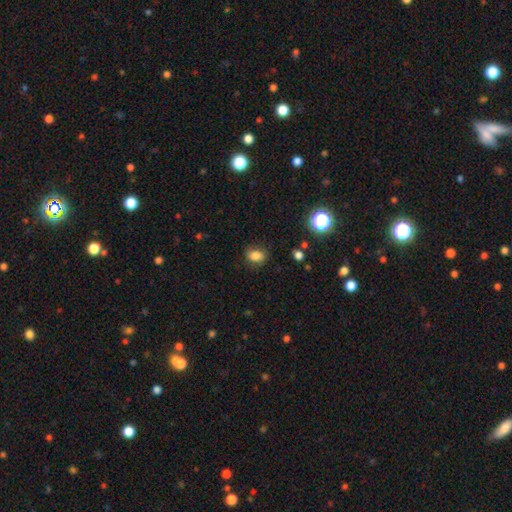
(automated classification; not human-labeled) Smooth or featured?
  - smooth: 82% *
  - star or artifact: 12%
  - featured or disk: 6%
How rounded?
  - in between: 67% *
  - round: 32%
  - cigar-shaped: 1%
Merging?
  - none: 82% *
  - minor disturbance: 13%
  - major disturbance: 4%
  - merger: 1%